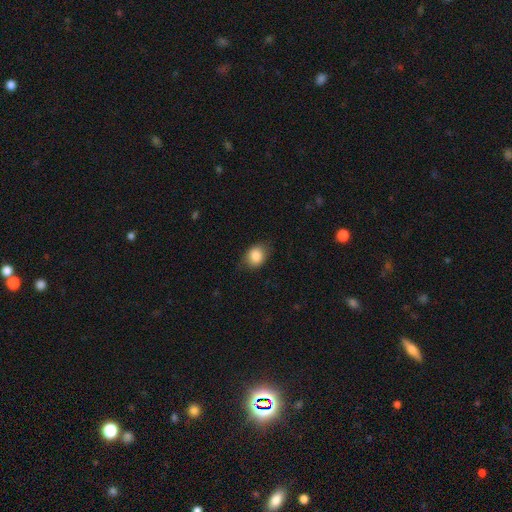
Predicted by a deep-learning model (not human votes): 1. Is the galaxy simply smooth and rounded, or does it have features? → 86% smooth, 8% star or artifact, 6% featured or disk.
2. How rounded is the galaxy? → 54% in between, 45% round, 1% cigar-shaped.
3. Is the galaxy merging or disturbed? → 77% none, 18% minor disturbance, 4% major disturbance, 1% merger.